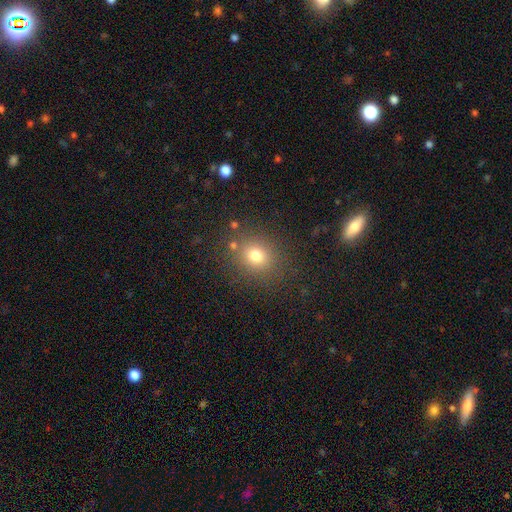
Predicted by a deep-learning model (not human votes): A smooth galaxy with no disk features (75%) that is round (73%).

Vote fractions:
- Smooth or featured? smooth: 75% / star or artifact: 16% / featured or disk: 9%
- How rounded? round: 73% / in between: 26% / cigar-shaped: 1%
- Merging? none: 81% / minor disturbance: 10% / major disturbance: 4% / merger: 4%